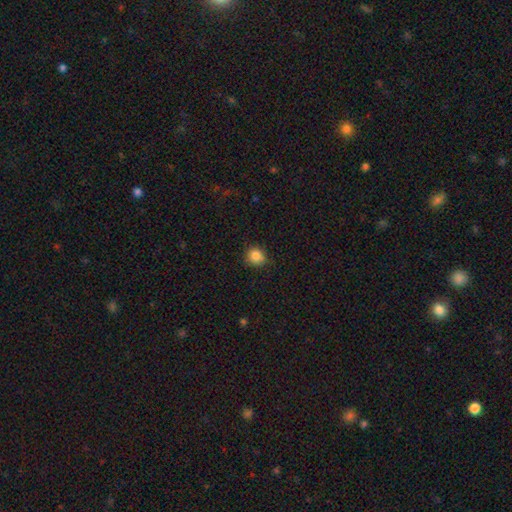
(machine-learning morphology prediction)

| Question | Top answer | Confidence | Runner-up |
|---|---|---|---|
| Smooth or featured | smooth | 85% | star or artifact (11%) |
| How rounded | round | 86% | in between (13%) |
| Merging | none | 80% | minor disturbance (16%) |